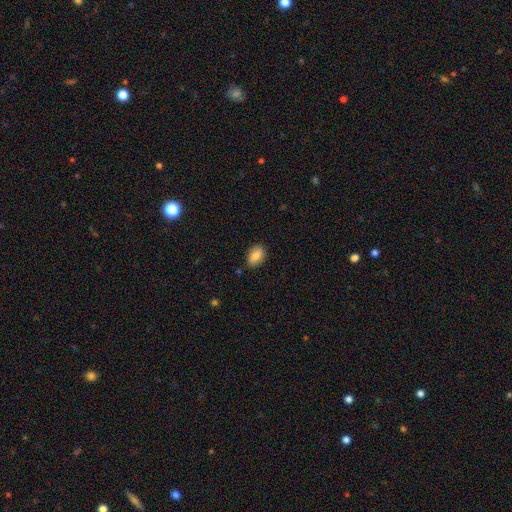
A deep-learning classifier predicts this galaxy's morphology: Overall: smooth (82%). How rounded: in between (85%). Merging: none (84%).